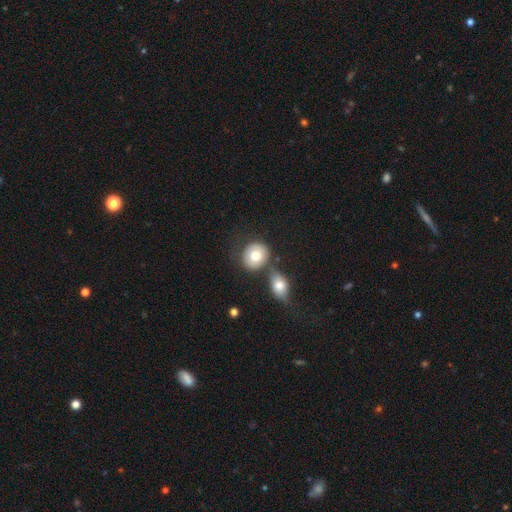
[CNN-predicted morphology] Smooth or featured?
  - smooth: 75% *
  - featured or disk: 18%
  - star or artifact: 7%
How rounded?
  - round: 74% *
  - in between: 25%
  - cigar-shaped: 1%
Merging?
  - none: 53% *
  - merger: 29%
  - minor disturbance: 12%
  - major disturbance: 5%